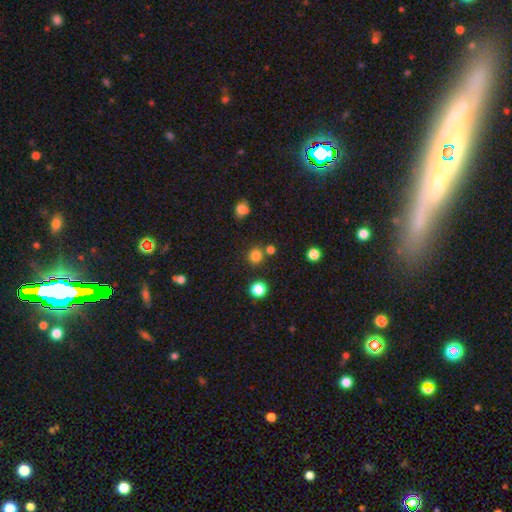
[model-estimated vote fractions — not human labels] Morphology: type=smooth (80%); roundness=round (86%); merging=none (78%).